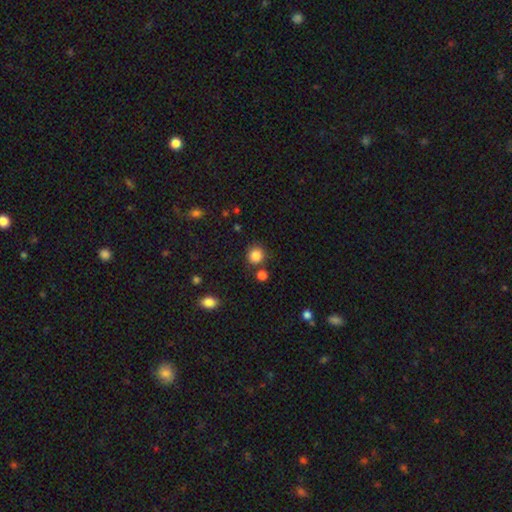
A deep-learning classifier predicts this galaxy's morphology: The model was most divided on "merging": none: 80%, minor disturbance: 9%, merger: 8%, major disturbance: 3%. More confident: how rounded — round (90%); smooth or featured — smooth (85%).